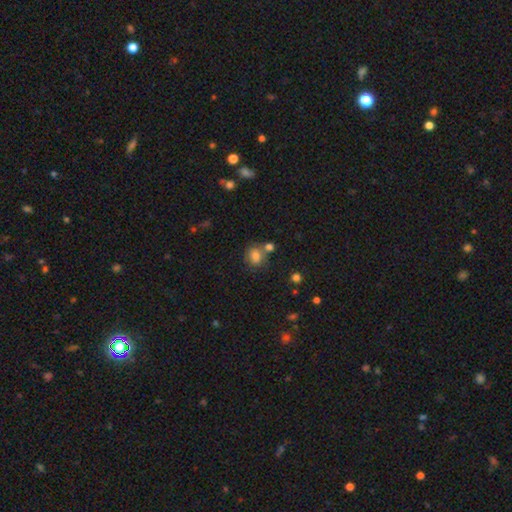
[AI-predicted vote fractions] Smooth or featured? smooth (78%)
How rounded? round (63%)
Merging? none (58%)